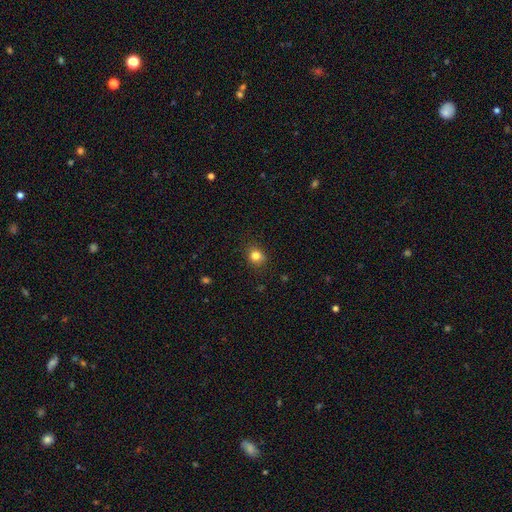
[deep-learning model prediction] Smooth or featured?
  - smooth: 82% *
  - star or artifact: 12%
  - featured or disk: 6%
How rounded?
  - round: 71% *
  - in between: 28%
  - cigar-shaped: 1%
Merging?
  - none: 86% *
  - minor disturbance: 11%
  - major disturbance: 3%
  - merger: 1%